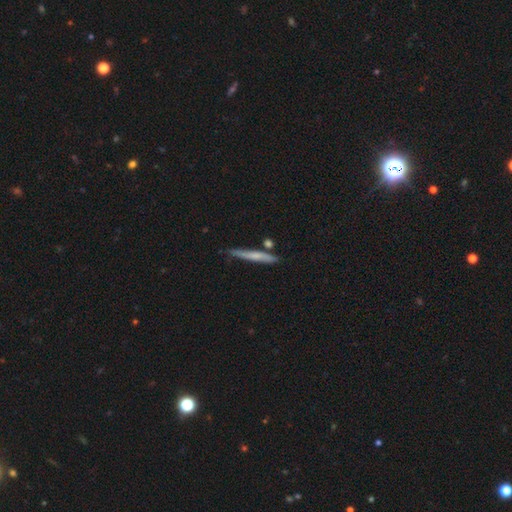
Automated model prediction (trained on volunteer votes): Overall: smooth (54%; featured or disk 40%). How rounded: cigar-shaped (94%). Merging: none (78%).